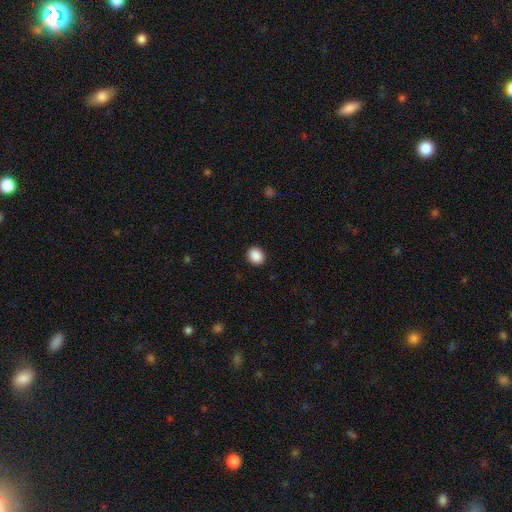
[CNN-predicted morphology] Overall: smooth (89%). How rounded: round (73%). Merging: none (91%).